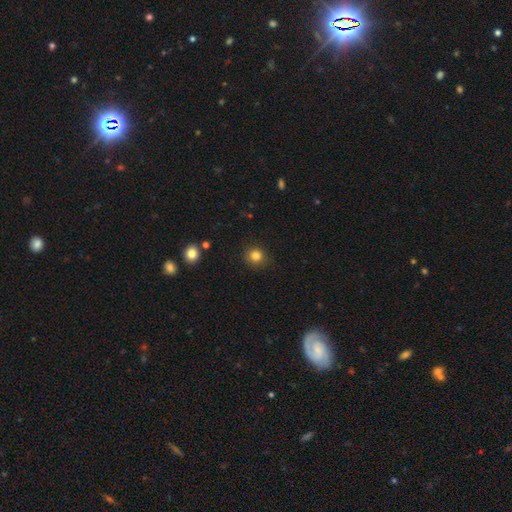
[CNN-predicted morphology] This appears to be a smooth galaxy with no disk features (83%) that is round (90%). Merging: none (89%).